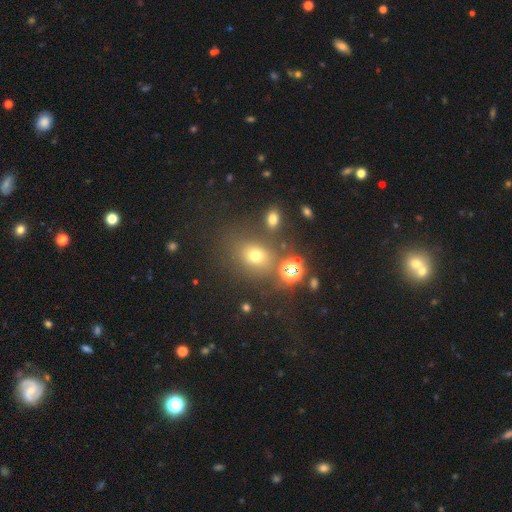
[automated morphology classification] This appears to be a smooth galaxy with no disk features (66%) that is round (59%). Merging: none (70%).